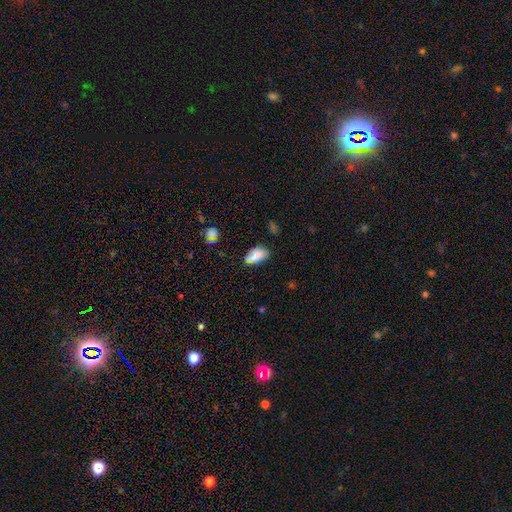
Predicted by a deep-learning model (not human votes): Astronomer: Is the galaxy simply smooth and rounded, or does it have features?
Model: smooth — 78%.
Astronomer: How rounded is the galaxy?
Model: in between — 90%.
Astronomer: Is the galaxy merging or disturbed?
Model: none — 66%.